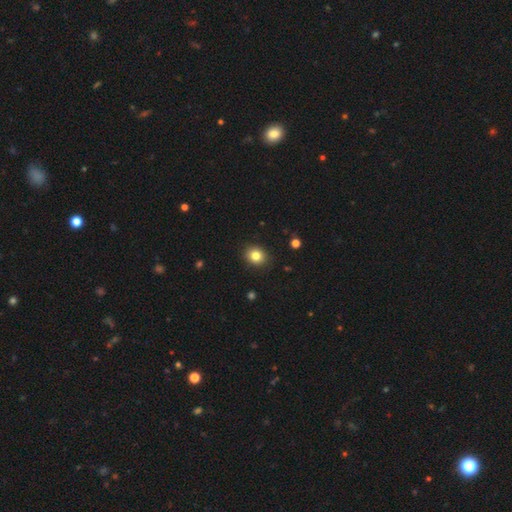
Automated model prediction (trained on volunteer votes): Smooth or featured: smooth — 83% (star or artifact — 11%)
How rounded: round — 72% (in between — 27%)
Merging: none — 90% (minor disturbance — 7%)